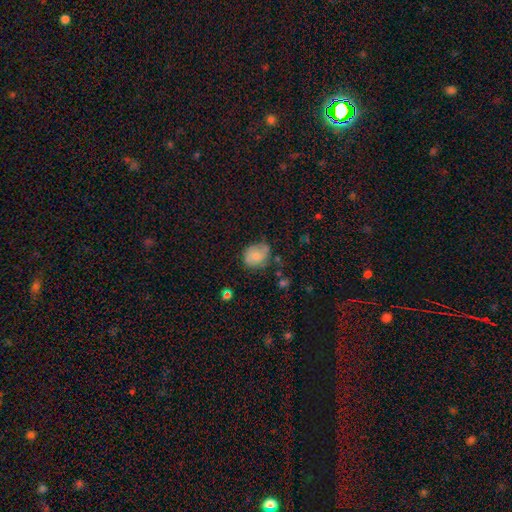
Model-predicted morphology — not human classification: smooth 67%, featured or disk 25%, star or artifact 8%. Down the decision tree: how rounded — in between (51%); merging — none (55%).